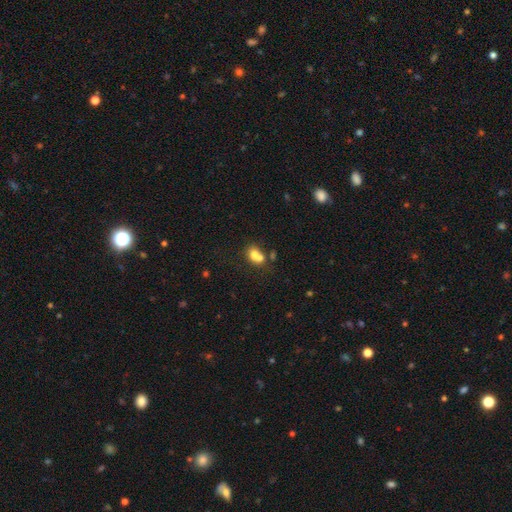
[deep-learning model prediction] Overall: smooth (72%). How rounded: in between (49%, tied with round). Merging: merger (55%; none 30%).